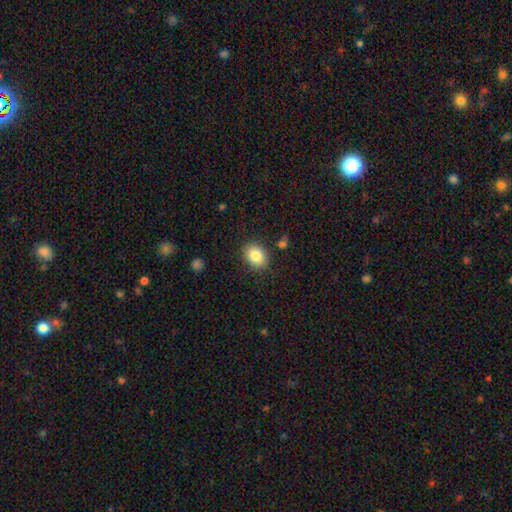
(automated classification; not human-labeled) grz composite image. It shows a smooth galaxy with no disk features (83%) that is in between round and cigar-shaped (59%). Merging: none (86%).